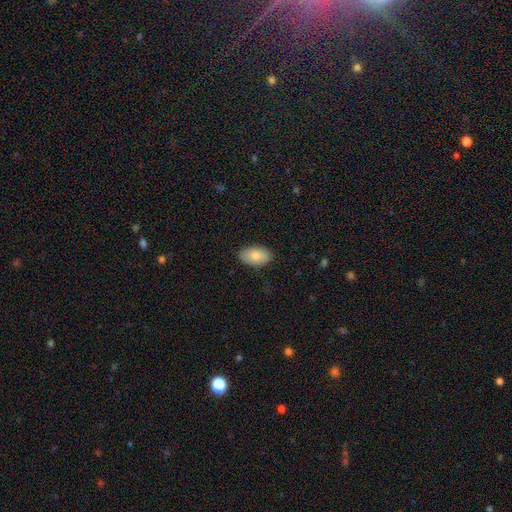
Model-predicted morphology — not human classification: type=smooth (84%); roundness=in between (95%); merging=none (87%).